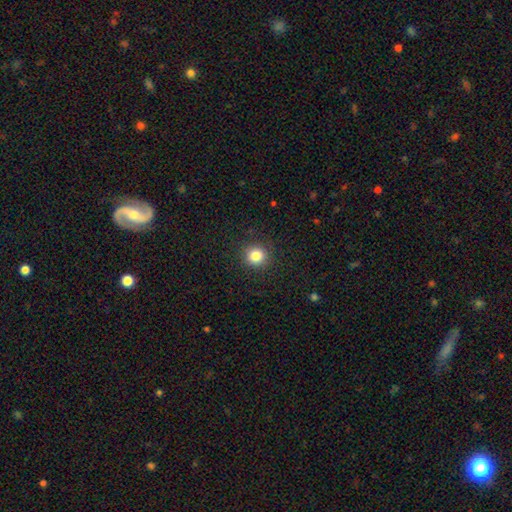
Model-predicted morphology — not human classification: The model was most divided on "smooth or featured": smooth: 84%, star or artifact: 11%, featured or disk: 5%. More confident: how rounded — round (91%); merging — none (91%).